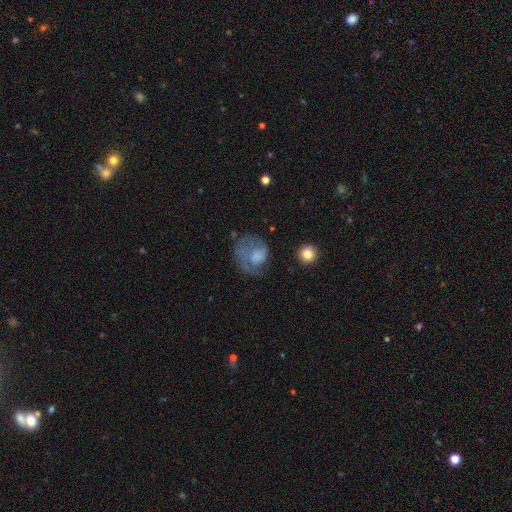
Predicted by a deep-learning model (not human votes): A smooth galaxy with no disk features (50%).

Vote fractions:
- Smooth or featured? smooth: 50% / featured or disk: 42% / star or artifact: 9%
- Merging? major disturbance: 43% / none: 32% / minor disturbance: 22% / merger: 3%